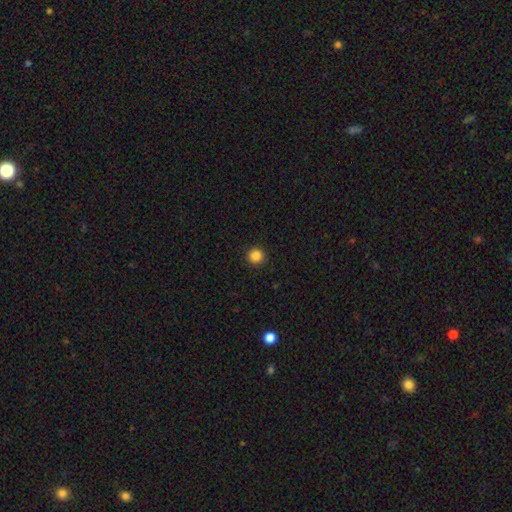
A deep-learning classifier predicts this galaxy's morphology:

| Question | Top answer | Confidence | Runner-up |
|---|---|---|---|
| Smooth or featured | smooth | 86% | star or artifact (11%) |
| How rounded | round | 95% | in between (4%) |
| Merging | none | 92% | minor disturbance (5%) |